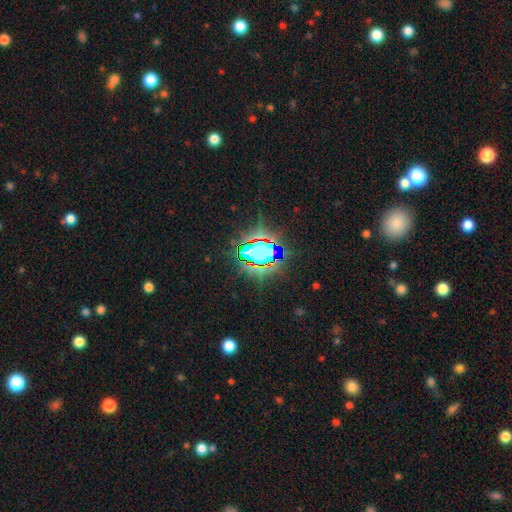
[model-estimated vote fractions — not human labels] star or artifact 79%, smooth 12%, featured or disk 9%.